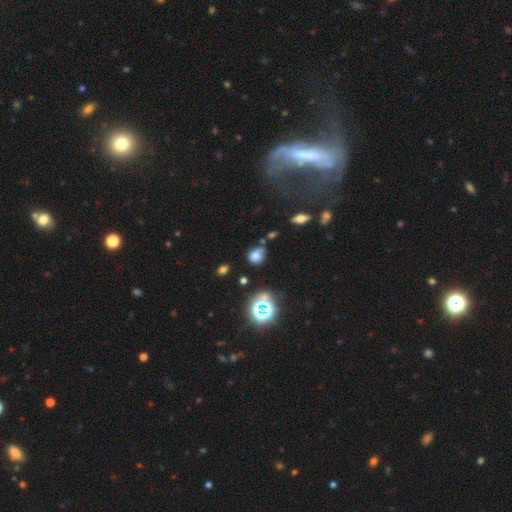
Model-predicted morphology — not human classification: type=smooth (66%); roundness=round (66%); merging=none (52%).